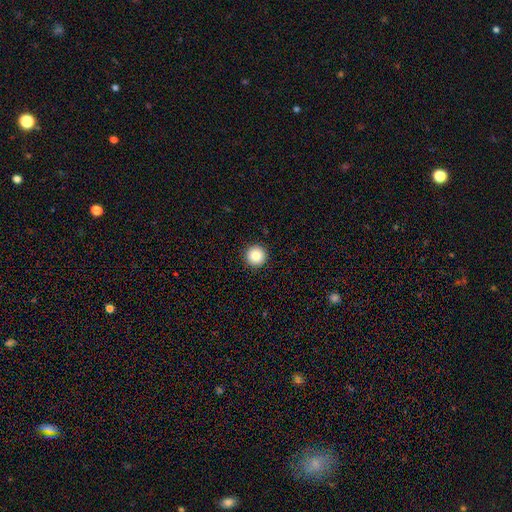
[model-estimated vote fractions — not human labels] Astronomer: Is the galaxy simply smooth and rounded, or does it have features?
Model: smooth — 86%.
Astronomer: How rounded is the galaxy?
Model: round — 96%.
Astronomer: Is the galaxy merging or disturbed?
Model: none — 93%.